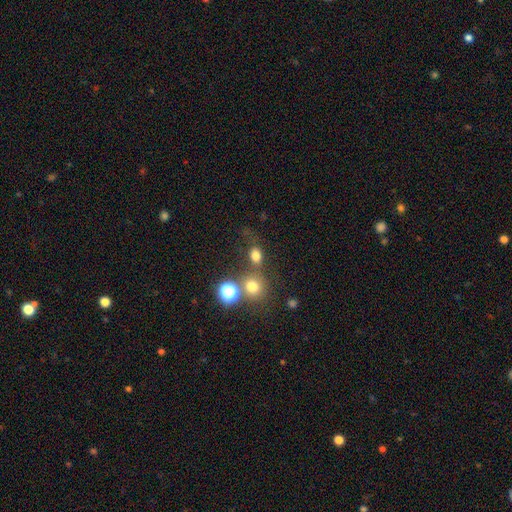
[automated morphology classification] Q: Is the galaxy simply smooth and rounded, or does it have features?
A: smooth — 75%.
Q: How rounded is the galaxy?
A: round — 53%.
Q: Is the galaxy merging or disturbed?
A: none — 58%.